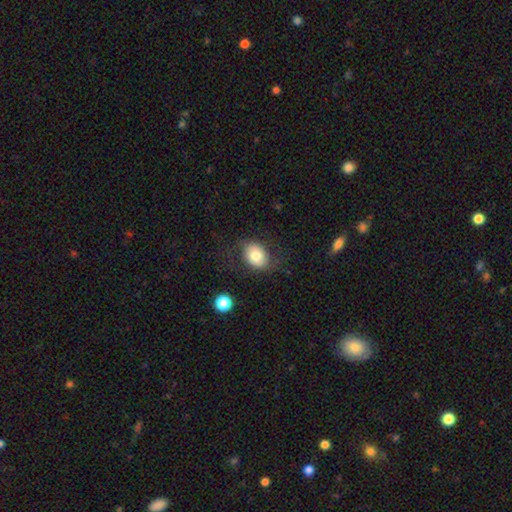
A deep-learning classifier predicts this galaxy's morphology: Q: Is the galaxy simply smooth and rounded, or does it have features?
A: smooth — 74%.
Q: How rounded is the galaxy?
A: in between — 63%.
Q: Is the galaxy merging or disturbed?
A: none — 70%.